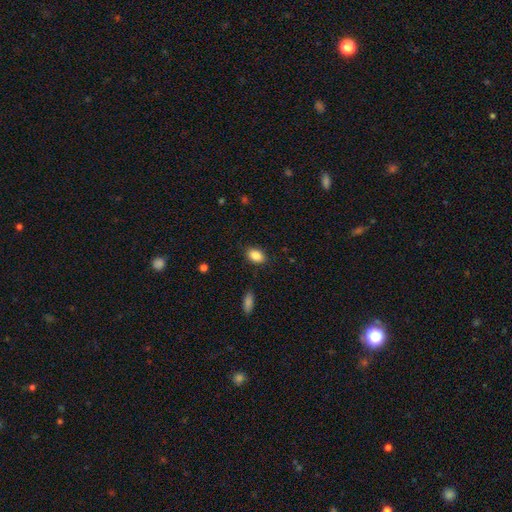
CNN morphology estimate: smooth 86%, star or artifact 8%, featured or disk 6%. Down the decision tree: how rounded — in between (85%); merging — none (86%).